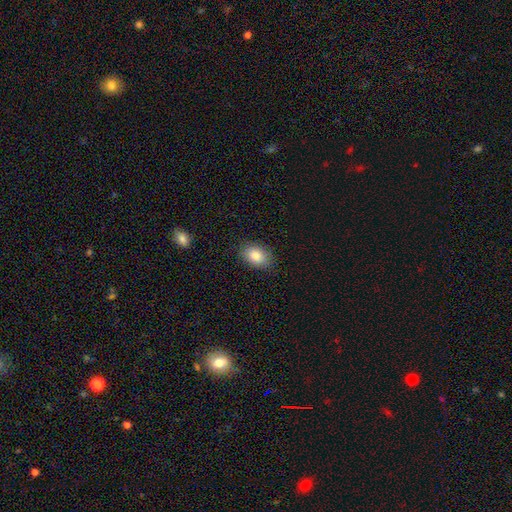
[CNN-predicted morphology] This is clearly a smooth galaxy (83%). How rounded: likely in between (78%). Merging: clearly none (86%).